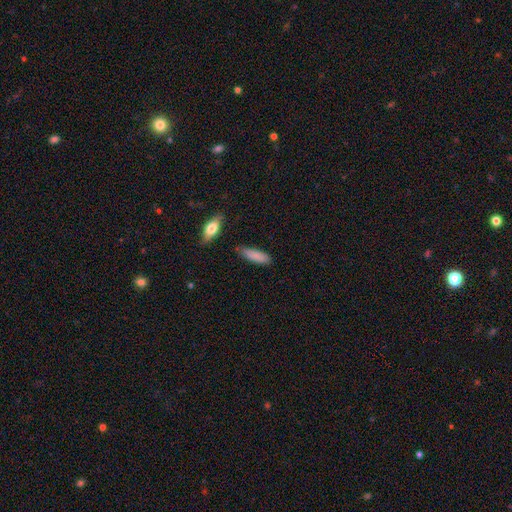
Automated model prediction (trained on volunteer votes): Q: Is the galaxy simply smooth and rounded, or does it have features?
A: smooth — 86%.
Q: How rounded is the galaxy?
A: cigar-shaped — 50%.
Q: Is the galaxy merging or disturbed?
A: none — 78%.